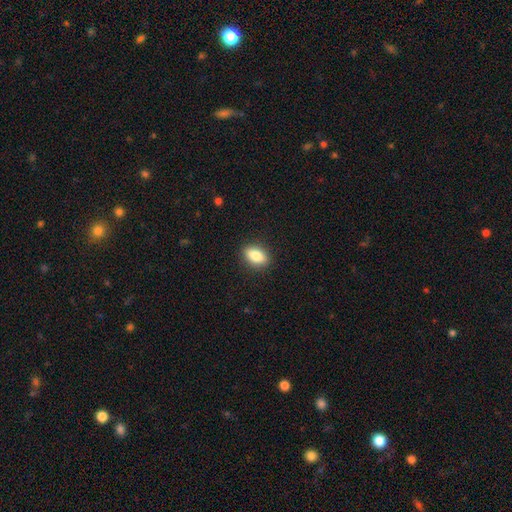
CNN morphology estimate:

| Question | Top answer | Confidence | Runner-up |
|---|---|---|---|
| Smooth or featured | smooth | 81% | featured or disk (11%) |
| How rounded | in between | 83% | round (10%) |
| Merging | none | 89% | minor disturbance (8%) |